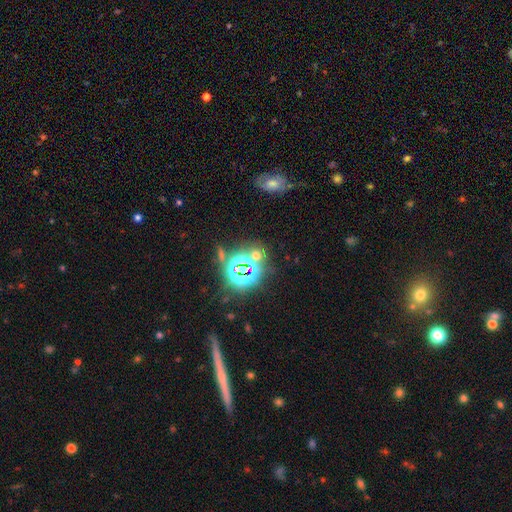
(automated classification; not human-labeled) Q: Smooth or featured?
A: star or artifact (62%); runner-up: smooth (29%)